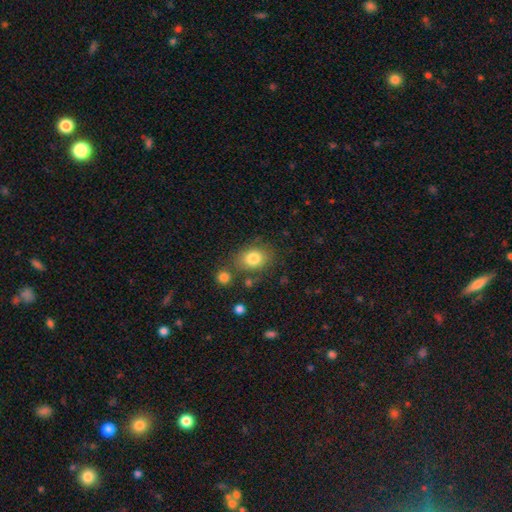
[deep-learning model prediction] Morphology: type=smooth (81%); roundness=in between (59%); merging=none (74%).